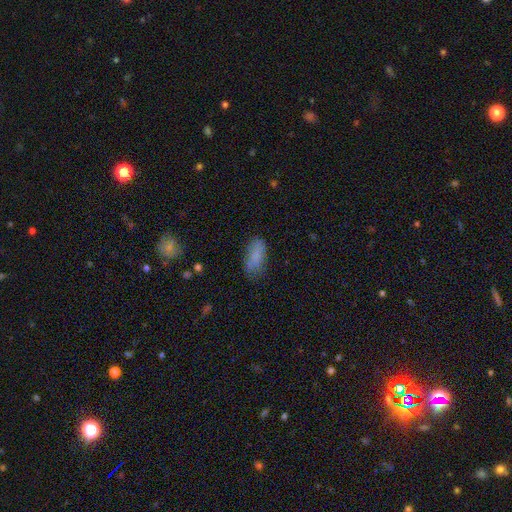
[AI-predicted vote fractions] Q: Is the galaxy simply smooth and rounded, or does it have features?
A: smooth — 81%.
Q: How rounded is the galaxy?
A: in between — 83%.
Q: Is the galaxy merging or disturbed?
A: none — 68%.